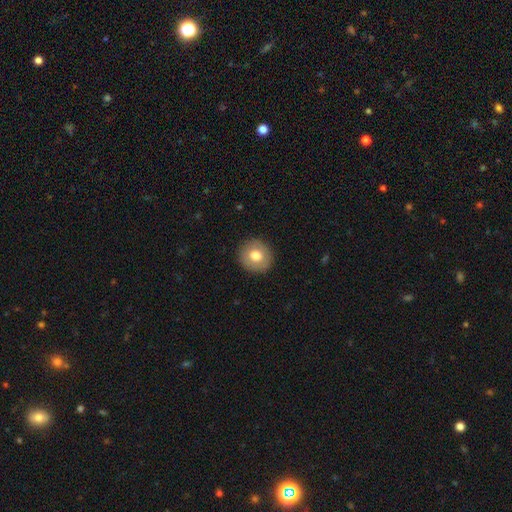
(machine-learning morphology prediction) Q: Smooth or featured?
A: smooth (74%); runner-up: featured or disk (19%)
Q: How rounded?
A: round (88%); runner-up: in between (11%)
Q: Merging?
A: none (90%); runner-up: minor disturbance (7%)